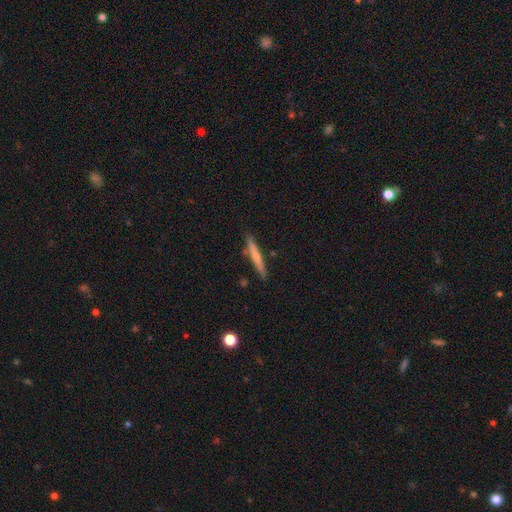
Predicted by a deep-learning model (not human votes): smooth_or_featured: smooth (p=0.55) [alt: featured or disk p=0.39]
how_rounded: cigar-shaped (p=0.94) [alt: in between p=0.04]
merging: none (p=0.84) [alt: minor disturbance p=0.11]